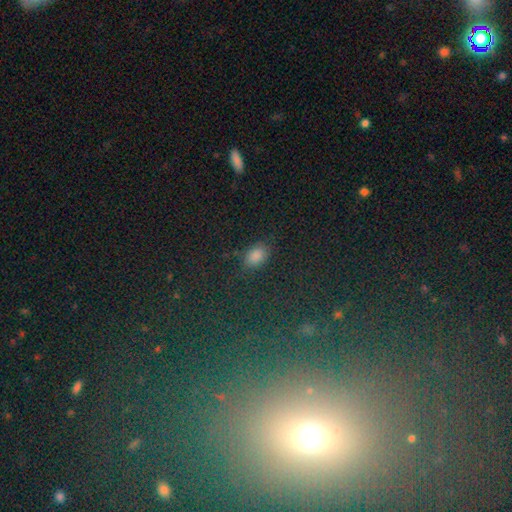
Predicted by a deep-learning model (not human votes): The model was most divided on "merging": none: 78%, minor disturbance: 15%, major disturbance: 5%, merger: 2%. More confident: how rounded — in between (86%); smooth or featured — smooth (79%).